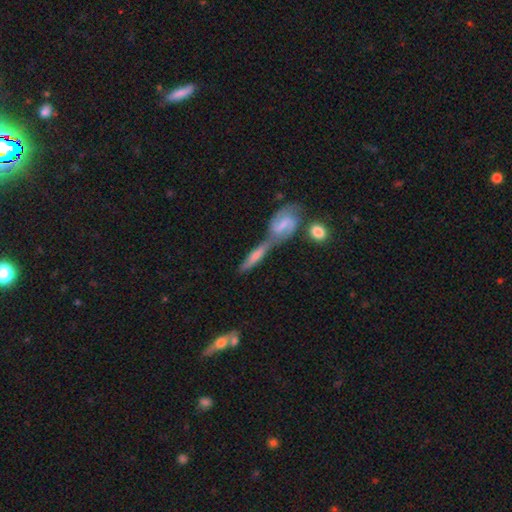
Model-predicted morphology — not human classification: smooth_or_featured: smooth (p=0.49) [alt: featured or disk p=0.45]
merging: merger (p=0.56) [alt: none p=0.31]